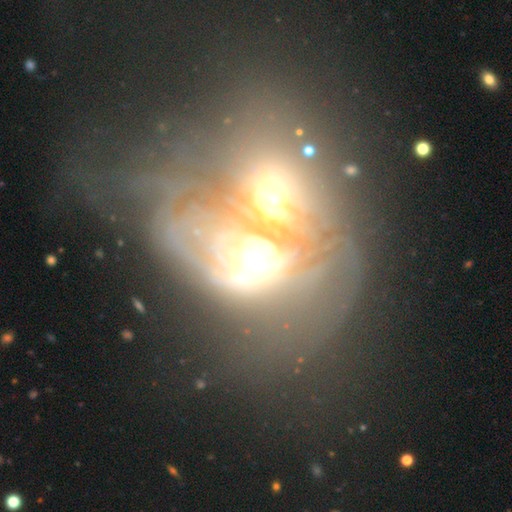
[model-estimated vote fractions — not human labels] smooth-or-featured: featured or disk: 64% | smooth: 21% | star or artifact: 15%
  disk-edge-on: no: 92% | yes: 8%
    bar: no: 71% | weak: 18% | strong: 11%
    has-spiral-arms: no: 52% | yes: 48%
    bulge-size: moderate: 42% | large: 34% | dominant: 11% | small: 8% | none: 5%
  merging: merger: 72% | major disturbance: 13% | none: 10% | minor disturbance: 5%